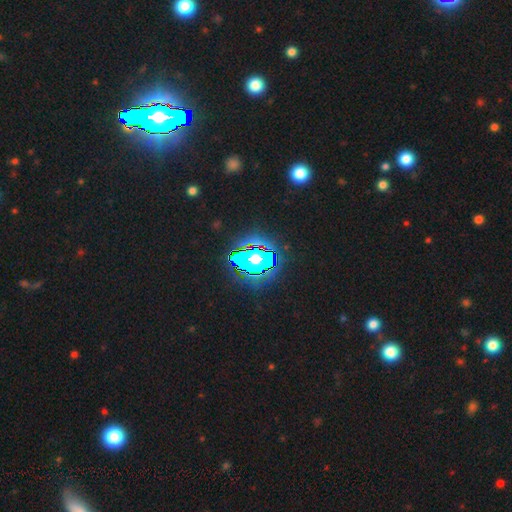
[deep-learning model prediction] A star or artifact, not a galaxy (69%).

Vote fractions:
- Smooth or featured? star or artifact: 69% / smooth: 18% / featured or disk: 14%